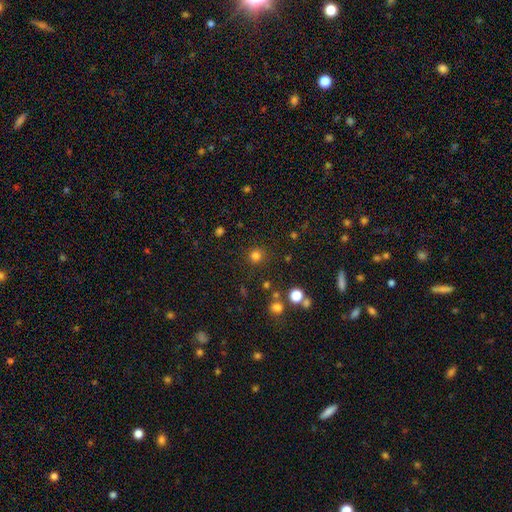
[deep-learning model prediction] A smooth galaxy with no disk features (79%) that is round (93%).

Vote fractions:
- Smooth or featured? smooth: 79% / star or artifact: 16% / featured or disk: 5%
- How rounded? round: 93% / in between: 6% / cigar-shaped: 1%
- Merging? none: 87% / minor disturbance: 7% / major disturbance: 3% / merger: 3%